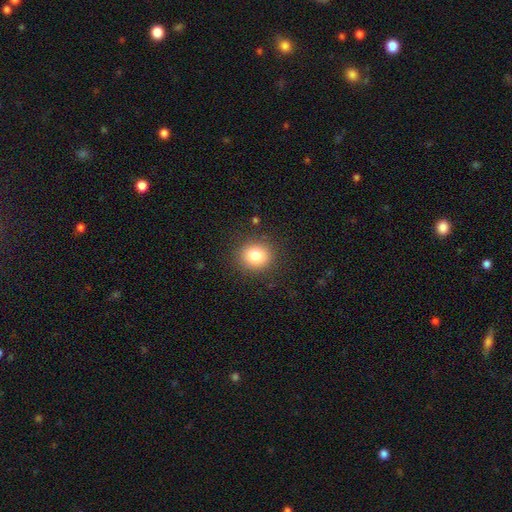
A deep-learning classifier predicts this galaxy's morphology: Smooth or featured: smooth — 81% (star or artifact — 11%)
How rounded: round — 83% (in between — 16%)
Merging: none — 88% (minor disturbance — 8%)